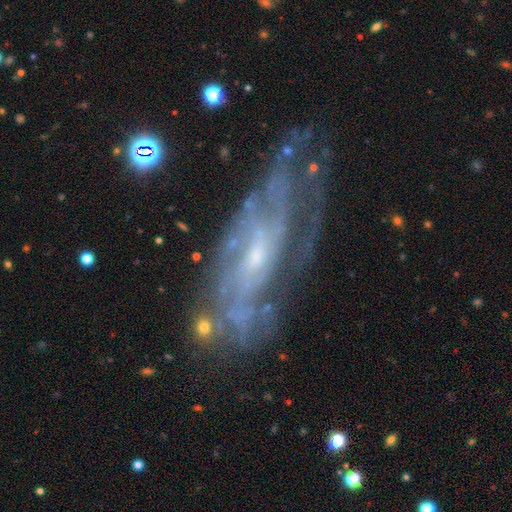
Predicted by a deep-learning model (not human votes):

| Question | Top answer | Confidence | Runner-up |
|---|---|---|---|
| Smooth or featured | featured or disk | 82% | smooth (9%) |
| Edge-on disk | no | 85% | yes (15%) |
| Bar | no | 57% | weak (34%) |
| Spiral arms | yes | 90% | no (10%) |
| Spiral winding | tight | 59% | medium (31%) |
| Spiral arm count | can't tell | 52% | 2 (15%) |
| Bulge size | small | 72% | moderate (20%) |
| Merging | none | 67% | minor disturbance (20%) |